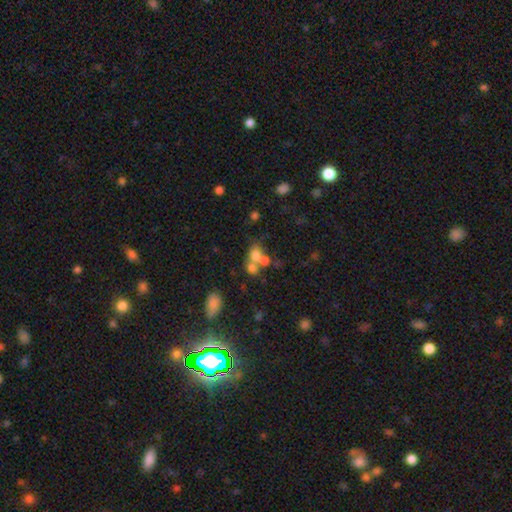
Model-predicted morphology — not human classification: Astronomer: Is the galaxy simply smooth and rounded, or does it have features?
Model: smooth — 66%.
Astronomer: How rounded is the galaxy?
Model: in between — 50% (runner-up: round, 48%).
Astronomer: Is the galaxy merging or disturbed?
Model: merger — 56%.